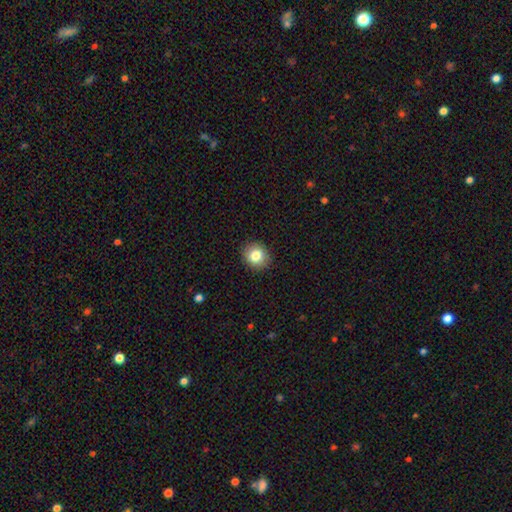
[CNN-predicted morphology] A smooth galaxy with no disk features (83%) that is round (82%). Merging: none (90%).